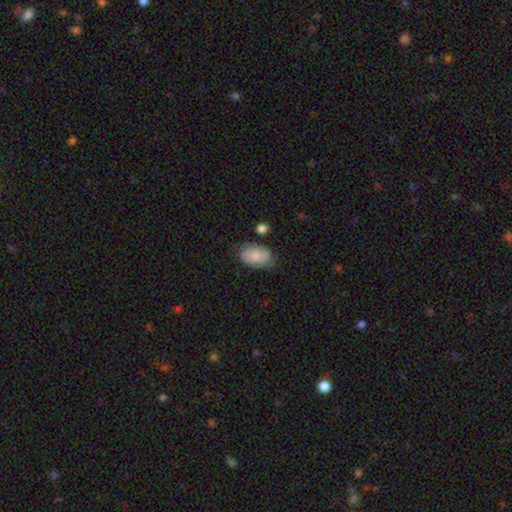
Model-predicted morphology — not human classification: This is clearly a smooth galaxy (81%). How rounded: clearly in between (92%). Merging: likely none (69%).